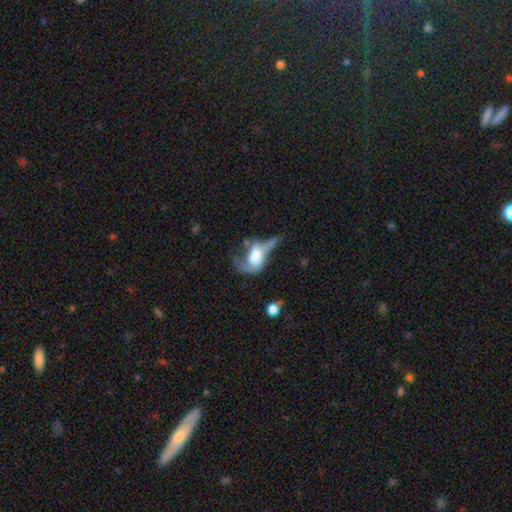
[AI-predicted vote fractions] This appears to be a featured or disk galaxy (55%). Merging: major disturbance (48%).